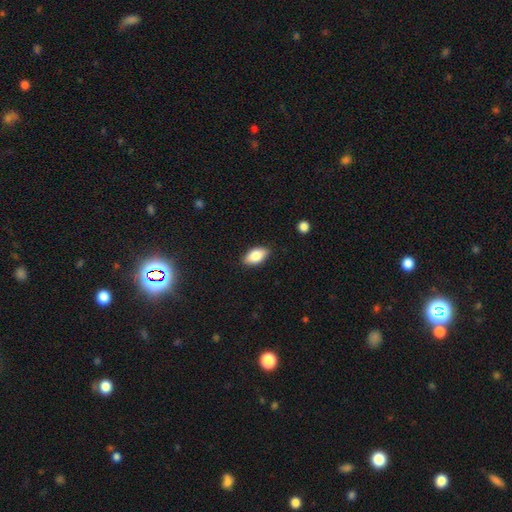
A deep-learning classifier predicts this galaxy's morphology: Smooth or featured?
  - smooth: 83% *
  - featured or disk: 10%
  - star or artifact: 7%
How rounded?
  - in between: 92% *
  - cigar-shaped: 5%
  - round: 4%
Merging?
  - none: 86% *
  - minor disturbance: 11%
  - major disturbance: 2%
  - merger: 1%